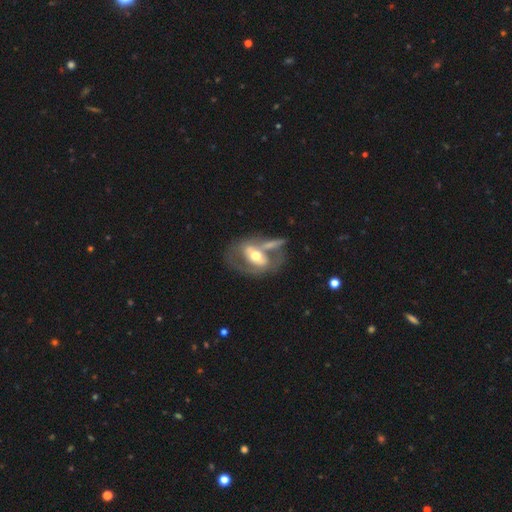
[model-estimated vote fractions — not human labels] Morphology: type=featured or disk (66%); edge-on=no (90%); bar=no (38%); spiral arms=no (55%); bulge=moderate (71%); merging=none (37%).